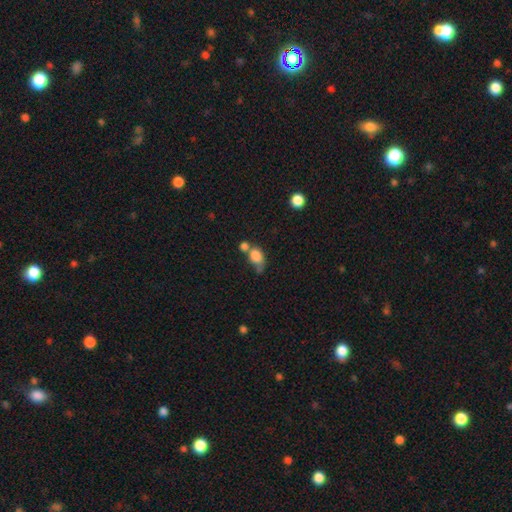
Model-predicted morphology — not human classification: type=smooth (81%); roundness=in between (69%); merging=merger (40%).